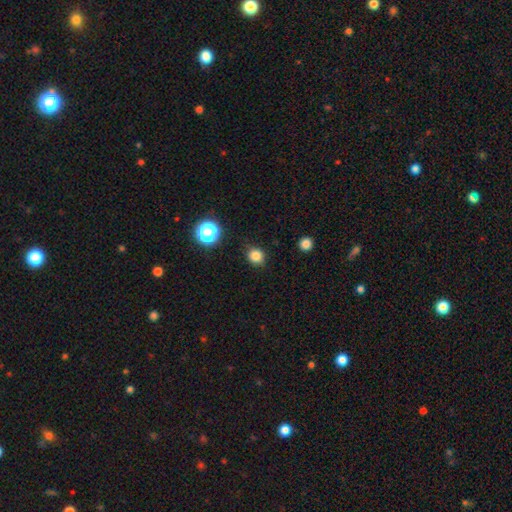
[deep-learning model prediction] The model was most divided on "how rounded": round: 83%, in between: 16%, cigar-shaped: 1%. More confident: merging — none (87%); smooth or featured — smooth (82%).